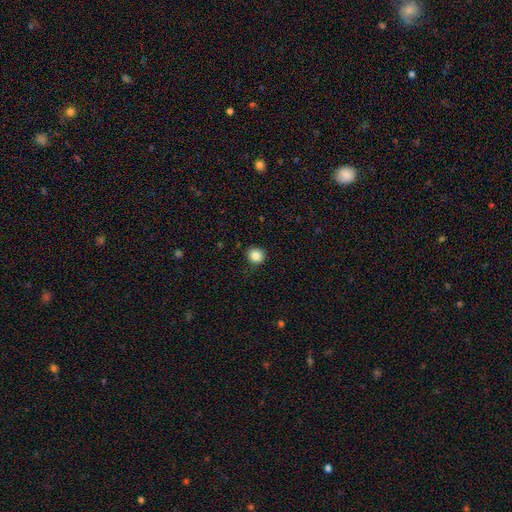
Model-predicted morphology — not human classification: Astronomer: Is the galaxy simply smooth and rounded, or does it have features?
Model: smooth — 86%.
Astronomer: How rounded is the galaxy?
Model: round — 87%.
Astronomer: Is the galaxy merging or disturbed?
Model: none — 88%.